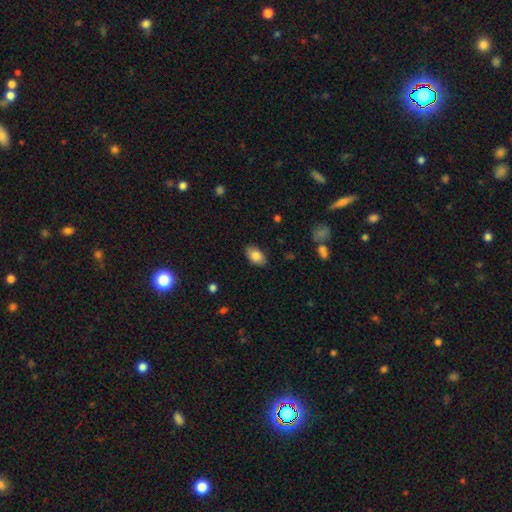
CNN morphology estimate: smooth_or_featured: smooth (p=0.84) [alt: featured or disk p=0.09]
how_rounded: in between (p=0.90) [alt: round p=0.08]
merging: none (p=0.85) [alt: minor disturbance p=0.11]